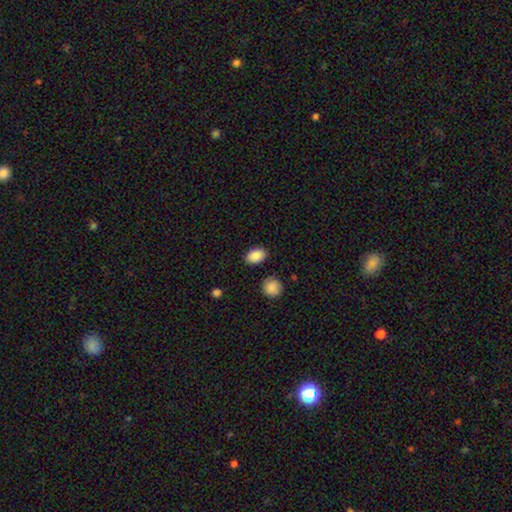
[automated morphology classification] Q: Smooth or featured?
A: smooth (88%); runner-up: star or artifact (8%)
Q: How rounded?
A: in between (84%); runner-up: round (14%)
Q: Merging?
A: none (86%); runner-up: minor disturbance (9%)